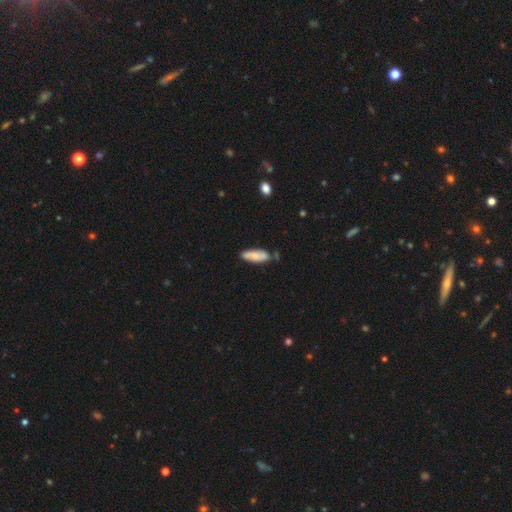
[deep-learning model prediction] smooth-or-featured: smooth: 74% | featured or disk: 20% | star or artifact: 6%
  how-rounded: in between: 58% | cigar-shaped: 40% | round: 2%
  merging: none: 68% | minor disturbance: 21% | merger: 7% | major disturbance: 4%